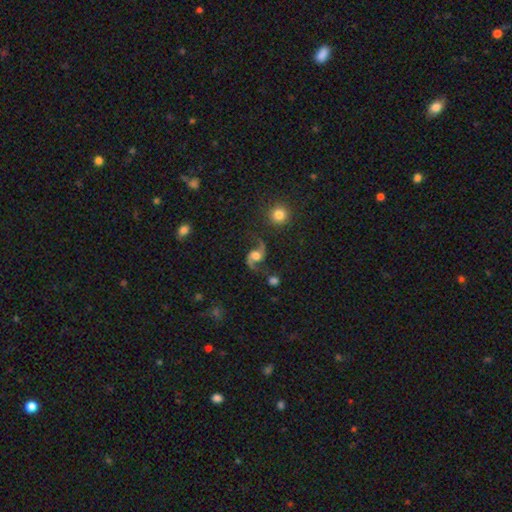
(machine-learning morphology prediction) featured or disk 87%, smooth 7%, star or artifact 6%. Down the decision tree: edge-on disk — no (97%); bar — no (63%); spiral arms — yes (97%); spiral arm count — 2 (94%); spiral winding — loose (75%); bulge size — moderate (48%); merging — none (77%).